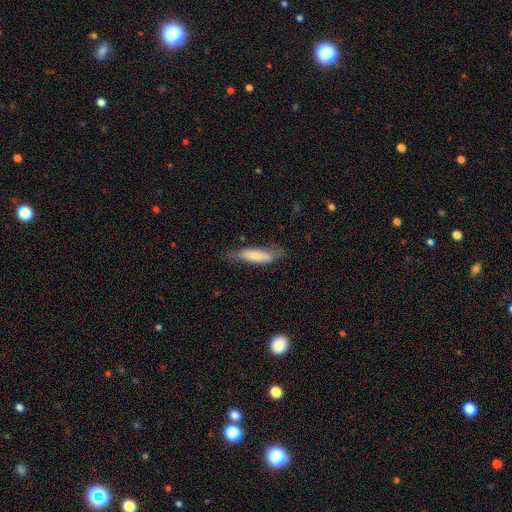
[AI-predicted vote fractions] Smooth or featured? smooth (70%)
How rounded? cigar-shaped (59%)
Merging? none (56%)